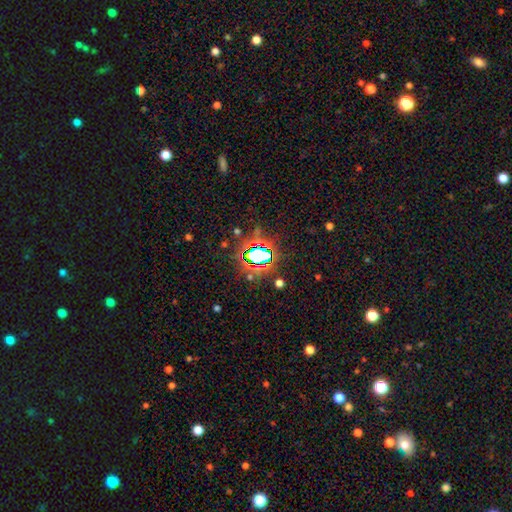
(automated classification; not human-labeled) star or artifact 78%, smooth 13%, featured or disk 9%.